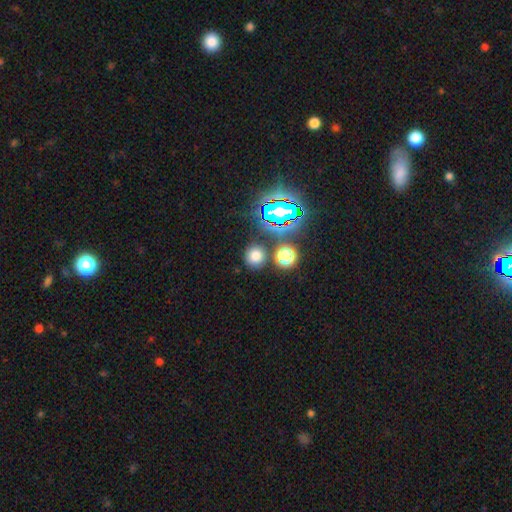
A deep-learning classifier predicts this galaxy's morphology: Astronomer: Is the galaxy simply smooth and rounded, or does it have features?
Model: smooth — 67%.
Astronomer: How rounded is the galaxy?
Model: round — 90%.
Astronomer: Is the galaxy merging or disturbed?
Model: none — 83%.